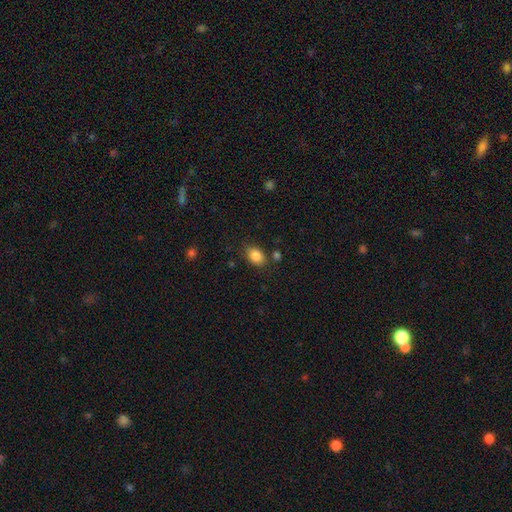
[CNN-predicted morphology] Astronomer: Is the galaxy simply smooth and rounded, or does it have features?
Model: smooth — 86%.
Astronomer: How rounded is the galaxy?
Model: in between — 79%.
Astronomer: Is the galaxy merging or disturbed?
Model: none — 79%.